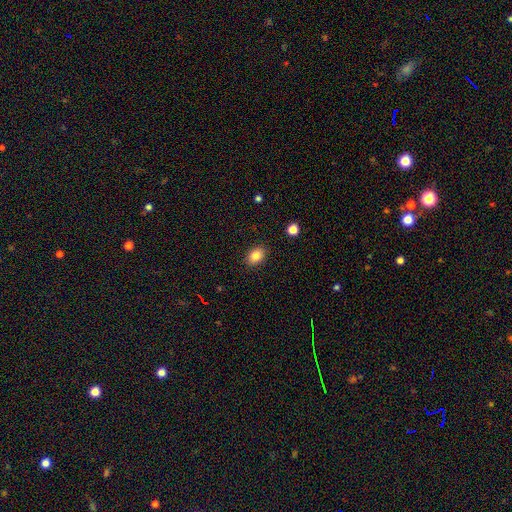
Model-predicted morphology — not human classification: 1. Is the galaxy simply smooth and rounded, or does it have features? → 84% smooth, 9% star or artifact, 6% featured or disk.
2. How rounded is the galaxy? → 75% in between, 24% round, 1% cigar-shaped.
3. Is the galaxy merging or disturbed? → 88% none, 9% minor disturbance, 2% major disturbance, 1% merger.